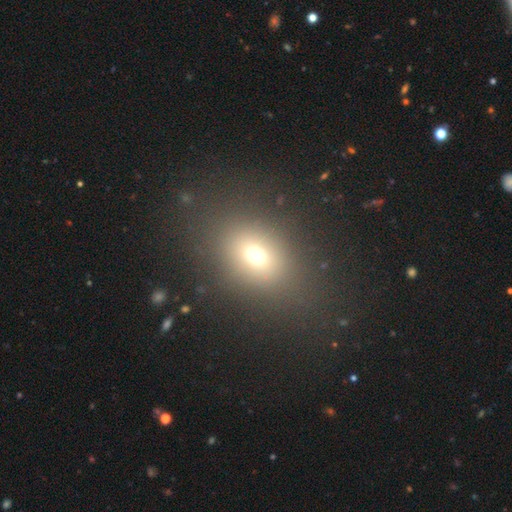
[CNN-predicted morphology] Overall: smooth (68%). How rounded: in between (62%; round 36%). Merging: none (81%).